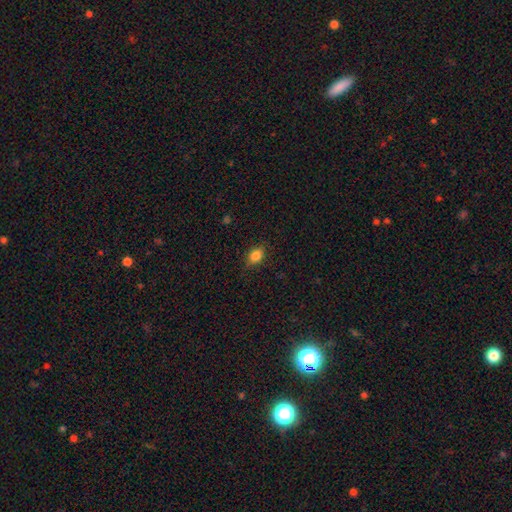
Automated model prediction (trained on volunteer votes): smooth 84%, star or artifact 10%, featured or disk 6%. Down the decision tree: how rounded — in between (72%); merging — none (81%).